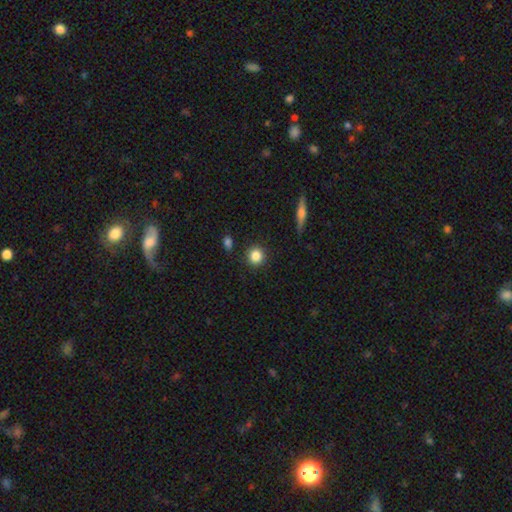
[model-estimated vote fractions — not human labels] Q: Smooth or featured?
A: smooth (85%); runner-up: star or artifact (9%)
Q: How rounded?
A: round (91%); runner-up: in between (8%)
Q: Merging?
A: none (89%); runner-up: minor disturbance (7%)